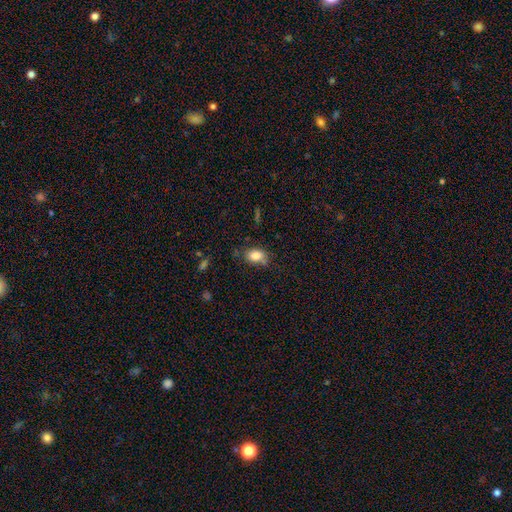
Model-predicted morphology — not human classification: The model was most divided on "merging": none: 69%, minor disturbance: 21%, merger: 5%, major disturbance: 5%. More confident: smooth or featured — smooth (82%); how rounded — in between (77%).